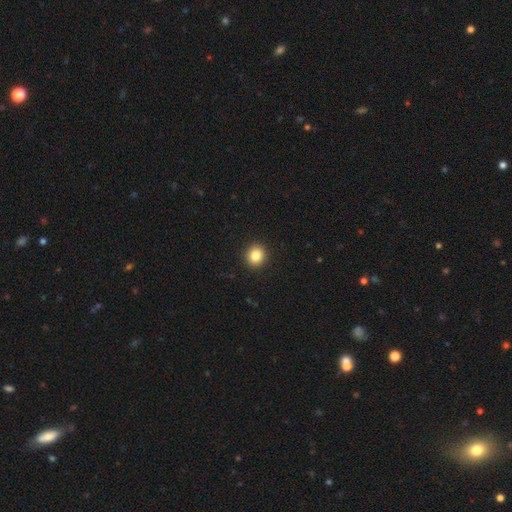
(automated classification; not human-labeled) Smooth or featured? Predicted: smooth (p=0.85). How rounded? Predicted: round (p=0.86). Merging? Predicted: none (p=0.93).